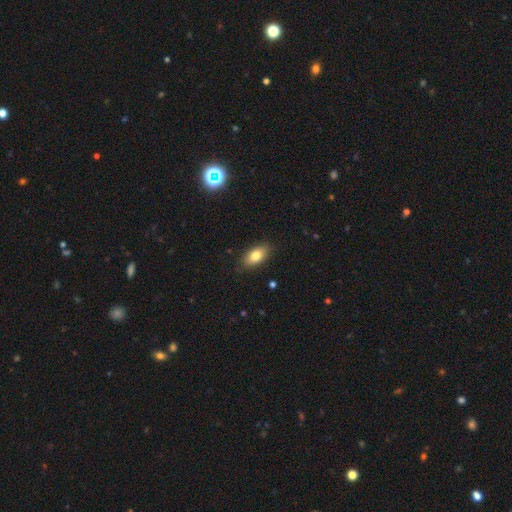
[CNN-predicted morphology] type=smooth (81%); roundness=in between (89%); merging=none (84%).